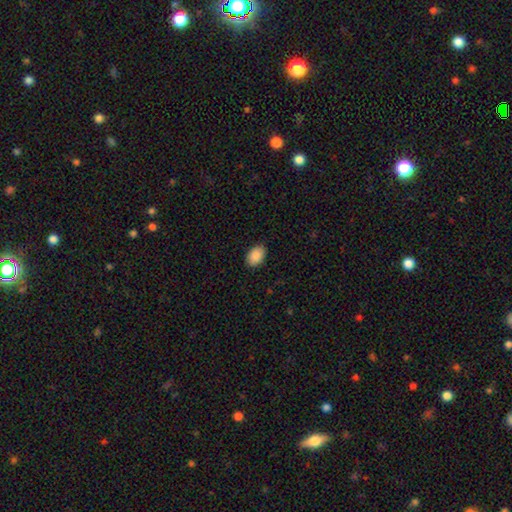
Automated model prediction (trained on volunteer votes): smooth_or_featured: smooth (p=0.90) [alt: star or artifact p=0.07]
how_rounded: in between (p=0.87) [alt: round p=0.12]
merging: none (p=0.88) [alt: minor disturbance p=0.09]